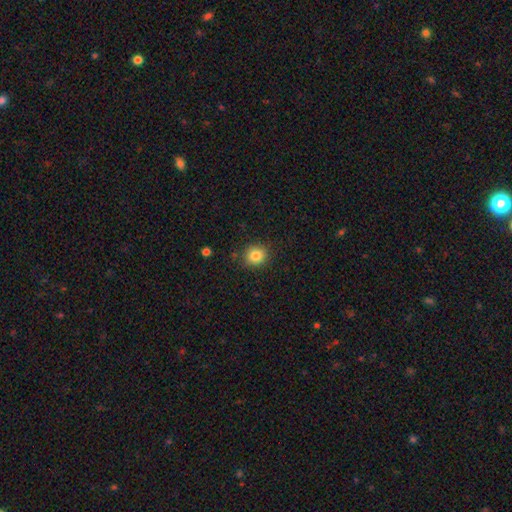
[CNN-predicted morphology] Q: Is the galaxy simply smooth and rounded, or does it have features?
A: smooth — 84%.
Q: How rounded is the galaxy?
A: round — 83%.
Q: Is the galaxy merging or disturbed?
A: none — 86%.